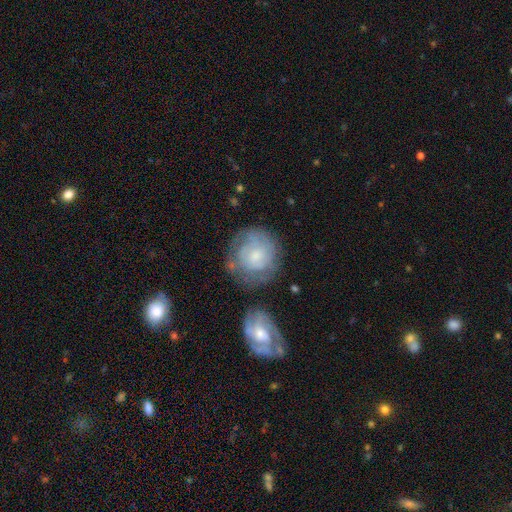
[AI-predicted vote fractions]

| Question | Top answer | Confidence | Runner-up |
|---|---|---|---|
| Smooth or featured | featured or disk | 51% | smooth (42%) |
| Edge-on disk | no | 97% | yes (3%) |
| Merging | none | 62% | minor disturbance (19%) |